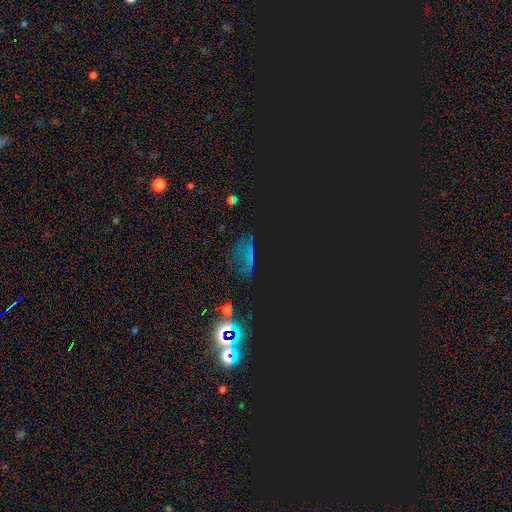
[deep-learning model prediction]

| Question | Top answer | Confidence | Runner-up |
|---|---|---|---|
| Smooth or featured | star or artifact | 63% | smooth (24%) |